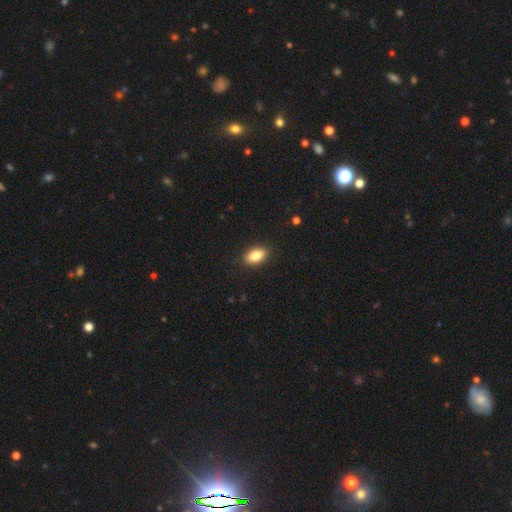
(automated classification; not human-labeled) Smooth or featured: smooth — 85% (star or artifact — 7%)
How rounded: in between — 90% (round — 7%)
Merging: none — 89% (minor disturbance — 8%)